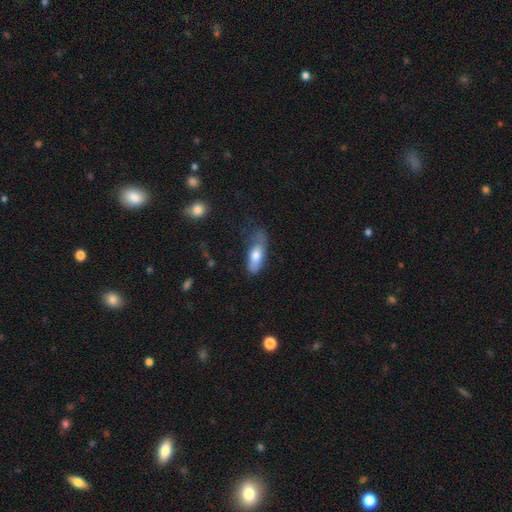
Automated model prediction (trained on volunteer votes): Smooth or featured: smooth — 72% (featured or disk — 22%)
How rounded: in between — 68% (cigar-shaped — 30%)
Merging: none — 40% (minor disturbance — 35%)